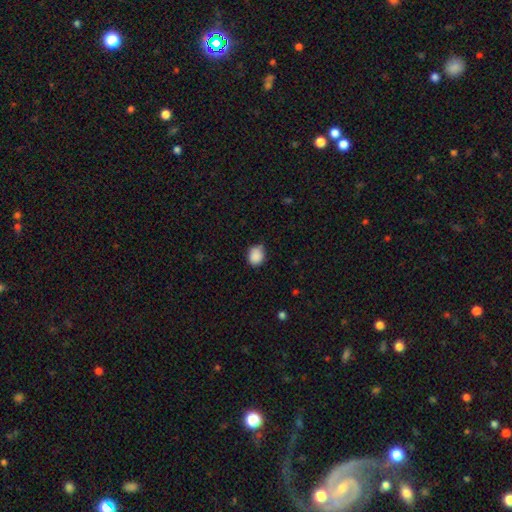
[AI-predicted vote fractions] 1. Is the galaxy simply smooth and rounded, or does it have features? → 88% smooth, 9% star or artifact, 4% featured or disk.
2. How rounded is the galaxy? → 65% round, 34% in between, 1% cigar-shaped.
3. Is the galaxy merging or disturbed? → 73% none, 22% minor disturbance, 4% major disturbance, 2% merger.